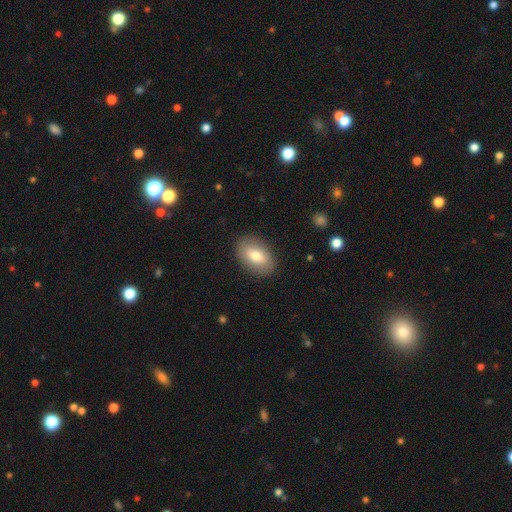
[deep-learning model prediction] smooth_or_featured: smooth (p=0.75) [alt: featured or disk p=0.18]
how_rounded: in between (p=0.89) [alt: round p=0.09]
merging: none (p=0.87) [alt: minor disturbance p=0.10]